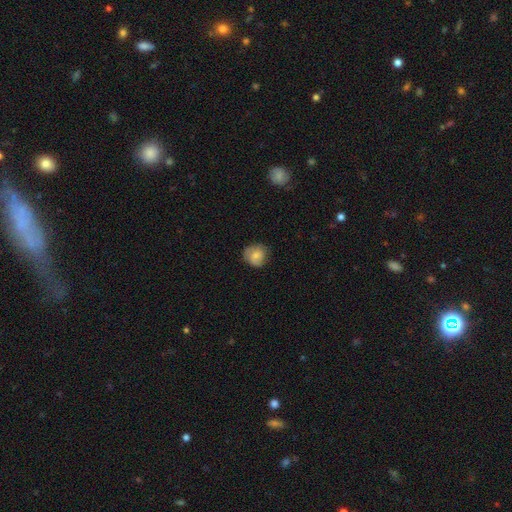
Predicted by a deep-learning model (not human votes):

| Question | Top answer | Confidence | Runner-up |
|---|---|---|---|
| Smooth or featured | smooth | 70% | featured or disk (22%) |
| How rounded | round | 82% | in between (17%) |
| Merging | none | 67% | minor disturbance (25%) |